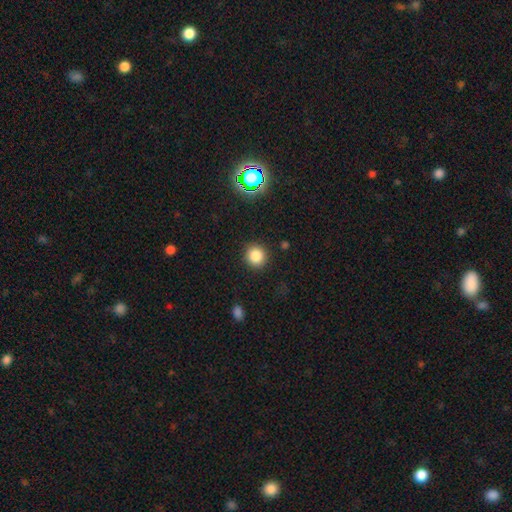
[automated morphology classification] Smooth or featured: smooth — 82% (star or artifact — 13%)
How rounded: round — 91% (in between — 8%)
Merging: none — 89% (minor disturbance — 7%)